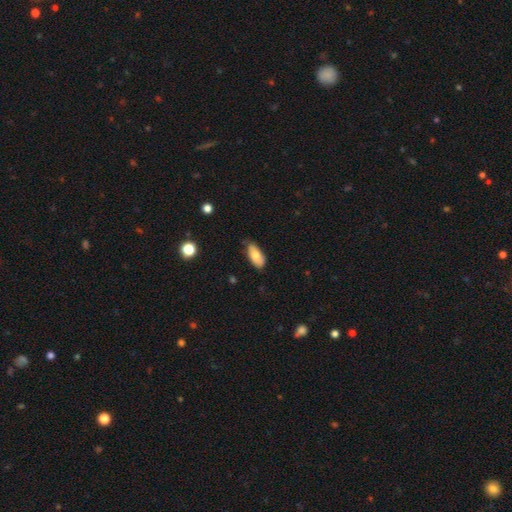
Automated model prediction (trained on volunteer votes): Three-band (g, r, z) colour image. It shows a smooth galaxy with no disk features (77%) that is in between round and cigar-shaped (89%). Merging: none (69%).